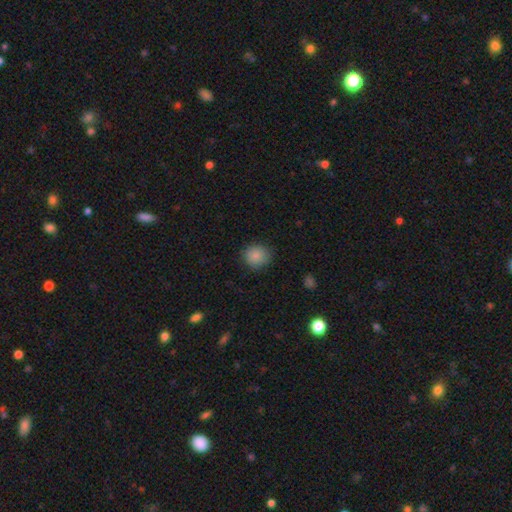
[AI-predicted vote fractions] Q: Smooth or featured?
A: smooth (87%); runner-up: star or artifact (9%)
Q: How rounded?
A: round (87%); runner-up: in between (12%)
Q: Merging?
A: none (87%); runner-up: minor disturbance (10%)